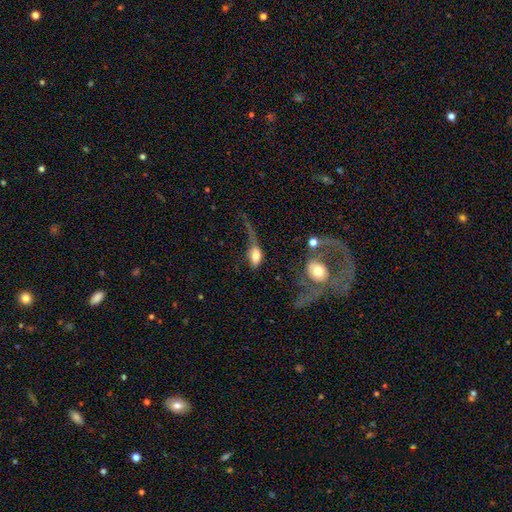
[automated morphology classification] The model was most divided on "merging": major disturbance: 45%, none: 22%, minor disturbance: 17%, merger: 16%. More confident: how rounded — in between (83%); smooth or featured — smooth (63%).